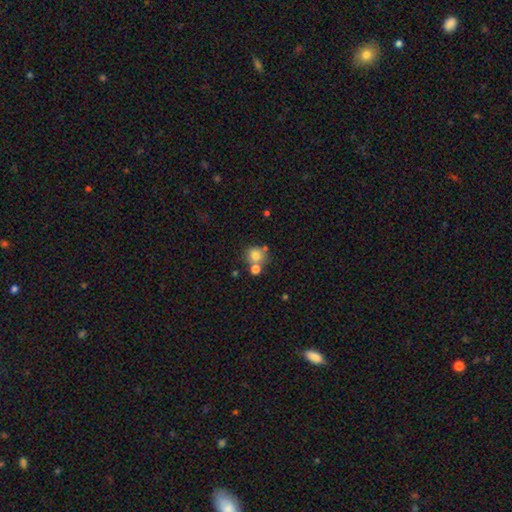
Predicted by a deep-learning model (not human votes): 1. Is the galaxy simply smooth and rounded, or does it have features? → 78% smooth, 12% star or artifact, 10% featured or disk.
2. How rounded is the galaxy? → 83% round, 16% in between, 1% cigar-shaped.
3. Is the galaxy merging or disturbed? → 54% none, 30% merger, 11% minor disturbance, 5% major disturbance.